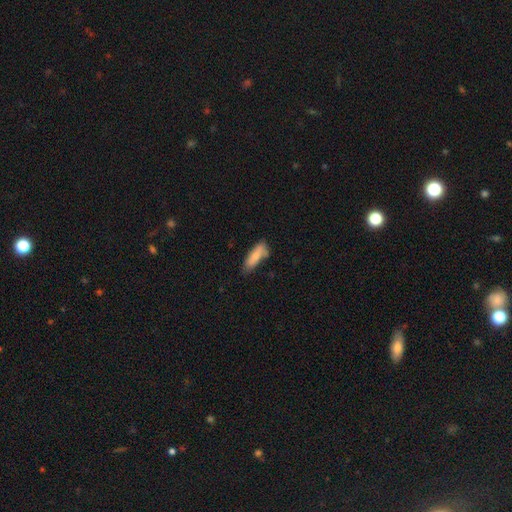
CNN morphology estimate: This is likely a smooth galaxy (78%). How rounded: possibly in between (55%). Merging: possibly none (58%).